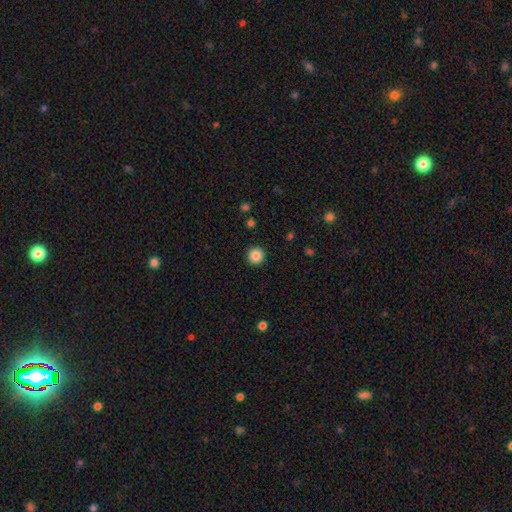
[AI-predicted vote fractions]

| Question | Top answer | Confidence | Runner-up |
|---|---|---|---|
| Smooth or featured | smooth | 86% | star or artifact (10%) |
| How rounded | round | 95% | in between (4%) |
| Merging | none | 93% | minor disturbance (4%) |